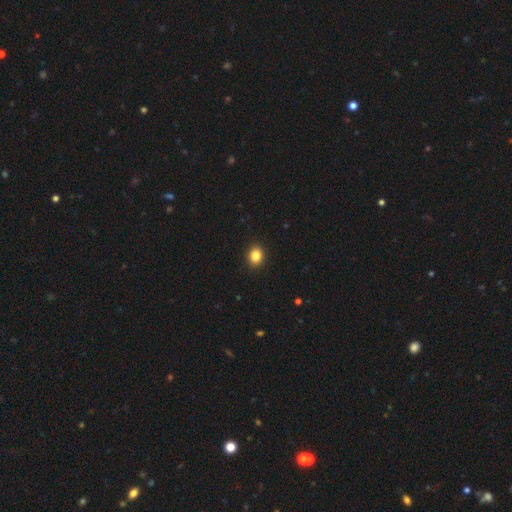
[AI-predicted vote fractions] Smooth or featured: smooth — 86% (star or artifact — 10%)
How rounded: round — 54% (in between — 45%)
Merging: none — 91% (minor disturbance — 6%)